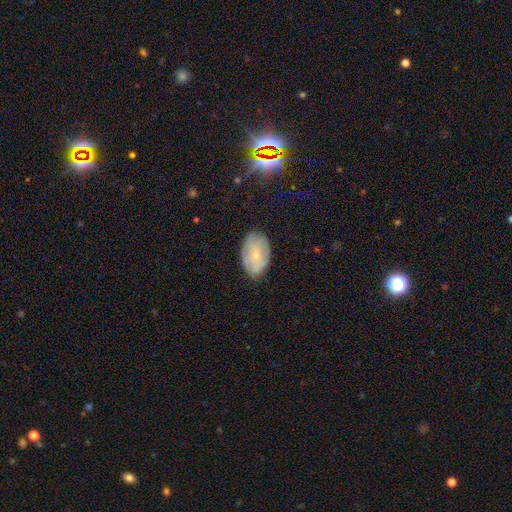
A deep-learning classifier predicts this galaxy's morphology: Q: Smooth or featured?
A: featured or disk (46%); runner-up: smooth (45%)
Q: Merging?
A: none (76%); runner-up: minor disturbance (18%)